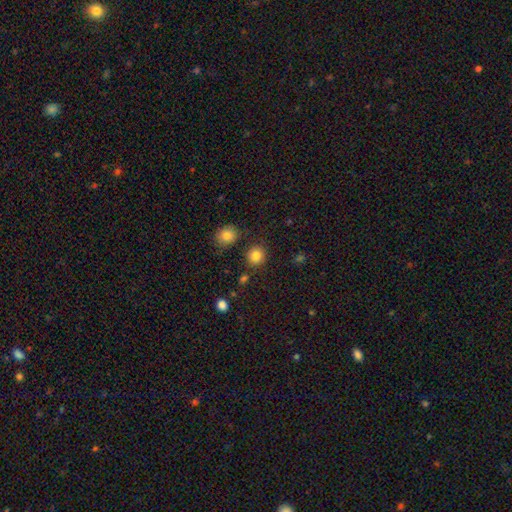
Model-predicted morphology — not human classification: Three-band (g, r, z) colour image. It shows a smooth galaxy with no disk features (84%) that is round (89%). Merging: none (85%).